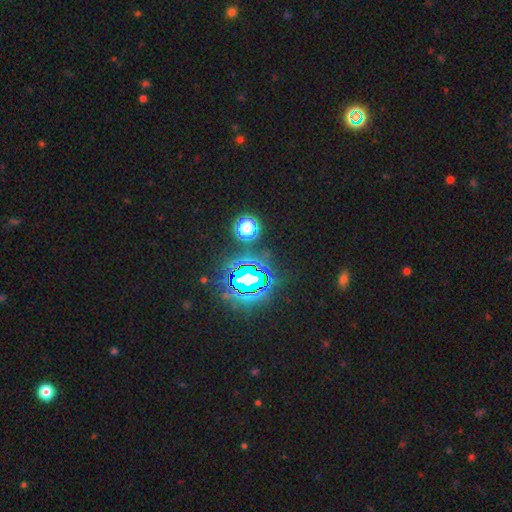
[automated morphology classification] type=star or artifact (80%).